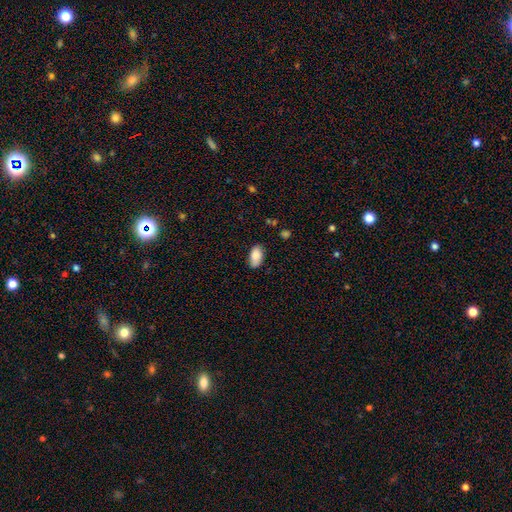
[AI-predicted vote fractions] Smooth or featured: smooth — 87% (star or artifact — 7%)
How rounded: in between — 94% (round — 3%)
Merging: none — 79% (minor disturbance — 16%)